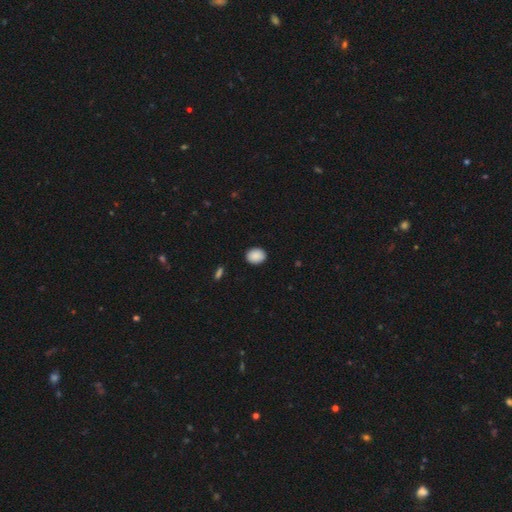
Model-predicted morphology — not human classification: smooth-or-featured: smooth: 90% | star or artifact: 8% | featured or disk: 3%
  how-rounded: in between: 54% | round: 45% | cigar-shaped: 1%
  merging: none: 90% | minor disturbance: 7% | major disturbance: 2% | merger: 1%